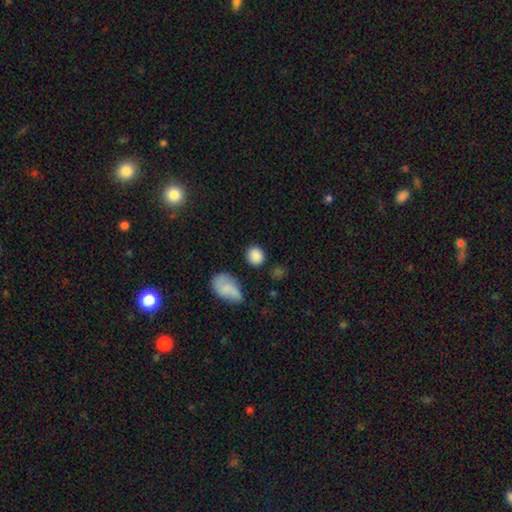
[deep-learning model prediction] Overall: smooth (87%). How rounded: round (68%; in between 30%). Merging: none (80%).